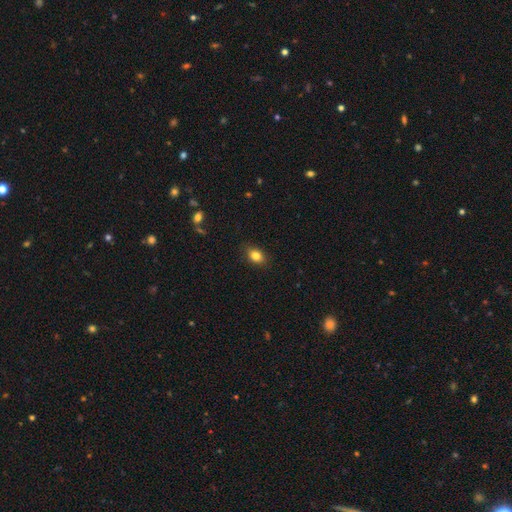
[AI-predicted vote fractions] Smooth or featured? smooth (84%)
How rounded? in between (72%)
Merging? none (87%)